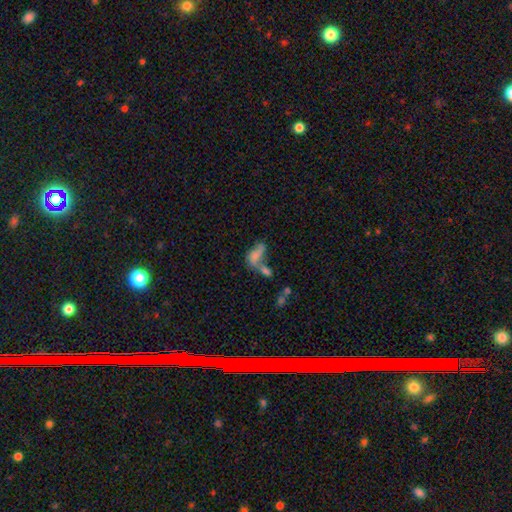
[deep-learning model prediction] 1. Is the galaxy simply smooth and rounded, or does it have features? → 57% smooth, 30% featured or disk, 13% star or artifact.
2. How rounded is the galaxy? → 78% in between, 16% cigar-shaped, 6% round.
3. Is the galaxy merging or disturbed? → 51% merger, 20% none, 17% major disturbance, 12% minor disturbance.